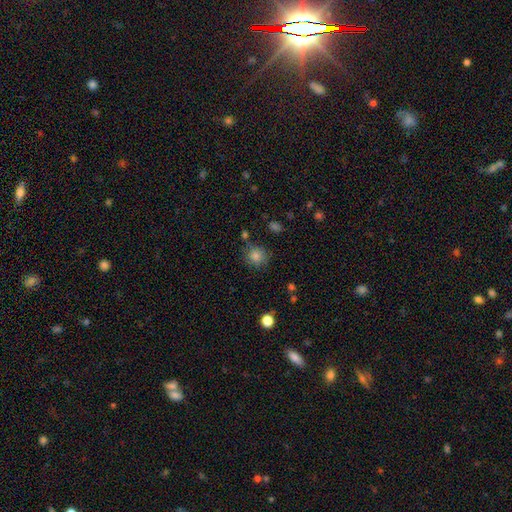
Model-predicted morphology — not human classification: This is clearly a smooth galaxy (82%). How rounded: clearly round (86%). Merging: likely none (79%).